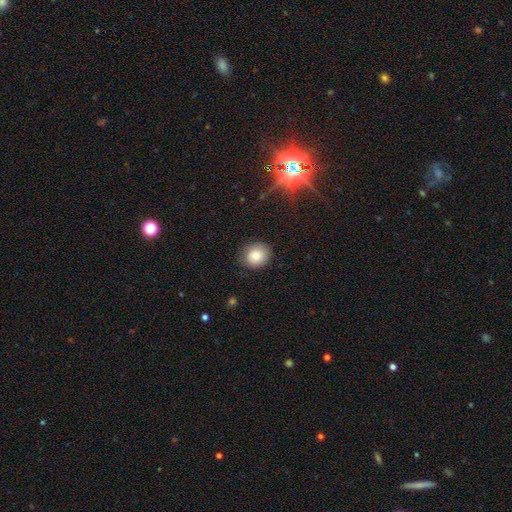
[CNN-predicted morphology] Smooth or featured? smooth (81%)
How rounded? round (74%)
Merging? none (84%)